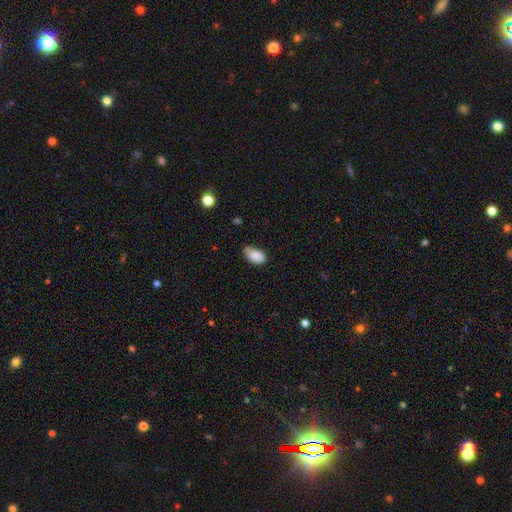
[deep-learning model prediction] Morphology: type=smooth (86%); roundness=in between (92%); merging=none (55%).